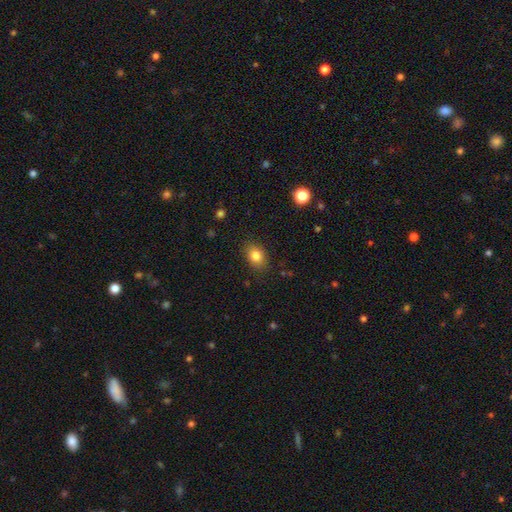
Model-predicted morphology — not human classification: A smooth galaxy with no disk features (82%) that is in between round and cigar-shaped (66%). Merging: none (85%).